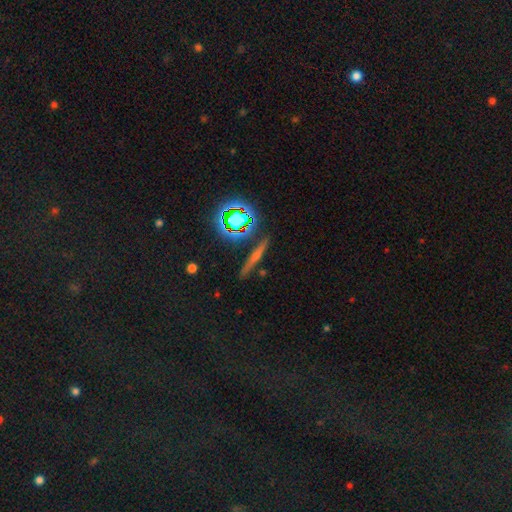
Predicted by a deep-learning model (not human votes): Smooth or featured? featured or disk (39%)
Merging? none (87%)